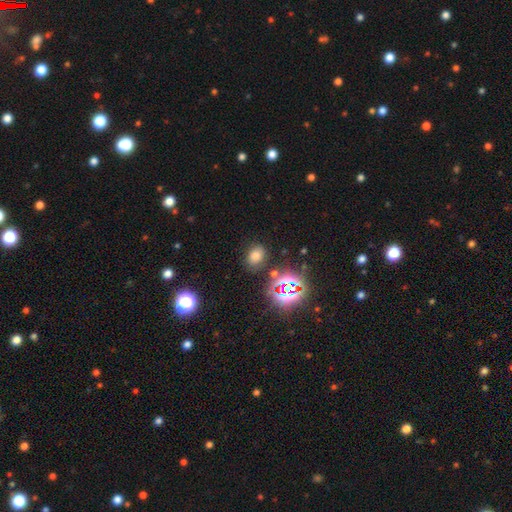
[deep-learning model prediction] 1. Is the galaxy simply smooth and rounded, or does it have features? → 67% smooth, 26% star or artifact, 7% featured or disk.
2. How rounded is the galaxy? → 61% in between, 38% round, 1% cigar-shaped.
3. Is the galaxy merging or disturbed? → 82% none, 11% minor disturbance, 4% major disturbance, 3% merger.